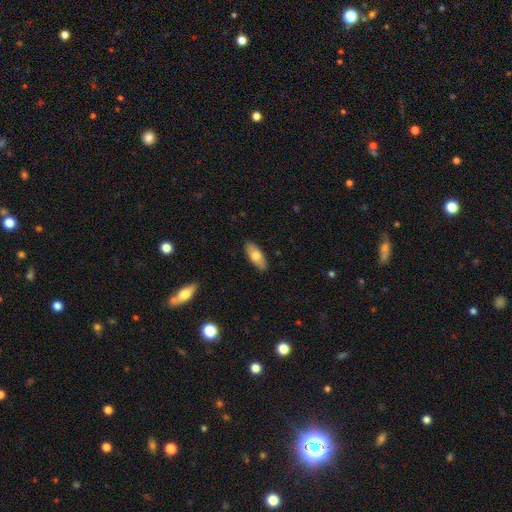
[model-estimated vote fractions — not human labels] This is likely a smooth galaxy (70%). How rounded: likely in between (77%). Merging: clearly none (89%).